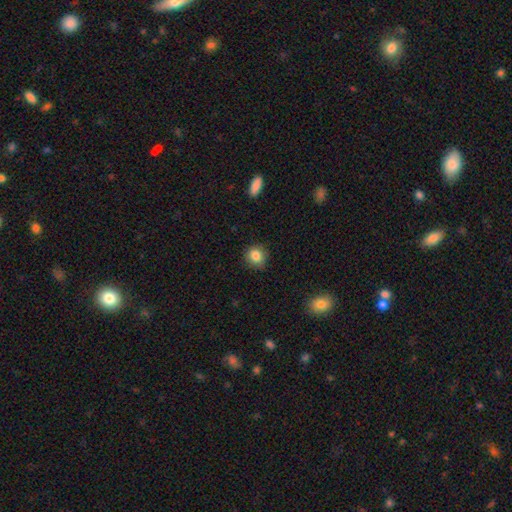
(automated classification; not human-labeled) Q: Smooth or featured?
A: smooth (85%); runner-up: star or artifact (10%)
Q: How rounded?
A: round (86%); runner-up: in between (13%)
Q: Merging?
A: none (85%); runner-up: minor disturbance (11%)